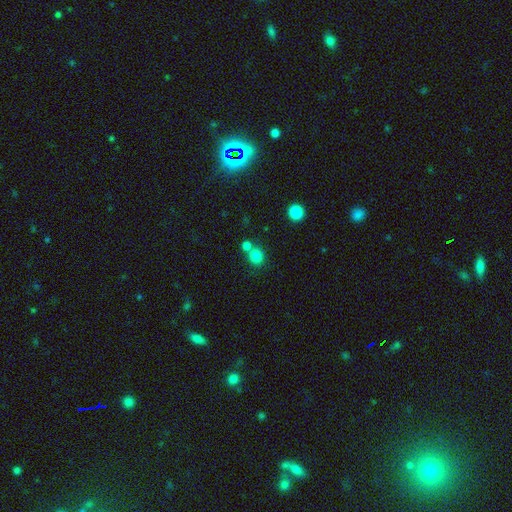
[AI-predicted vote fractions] A smooth galaxy with no disk features (82%) that is round (85%). Merging: none (61%).